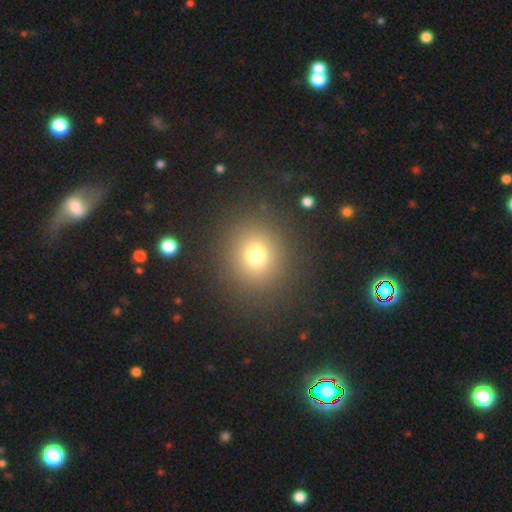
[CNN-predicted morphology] A smooth galaxy with no disk features (73%) that is round (86%).

Vote fractions:
- Smooth or featured? smooth: 73% / star or artifact: 17% / featured or disk: 10%
- How rounded? round: 86% / in between: 13% / cigar-shaped: 1%
- Merging? none: 88% / minor disturbance: 7% / major disturbance: 4% / merger: 2%